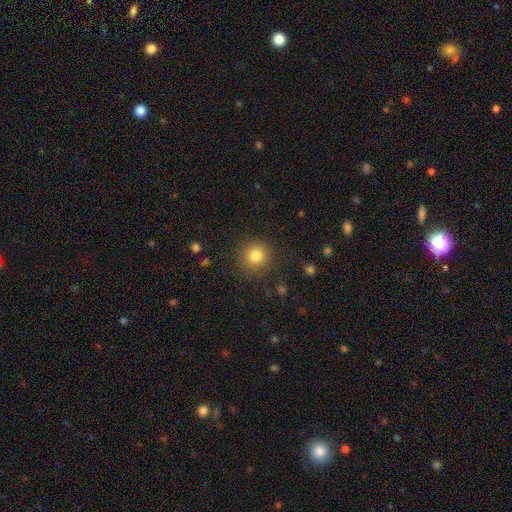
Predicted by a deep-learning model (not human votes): A smooth galaxy with no disk features (81%) that is round (93%).

Vote fractions:
- Smooth or featured? smooth: 81% / star or artifact: 12% / featured or disk: 7%
- How rounded? round: 93% / in between: 6% / cigar-shaped: 1%
- Merging? none: 88% / minor disturbance: 7% / major disturbance: 3% / merger: 1%